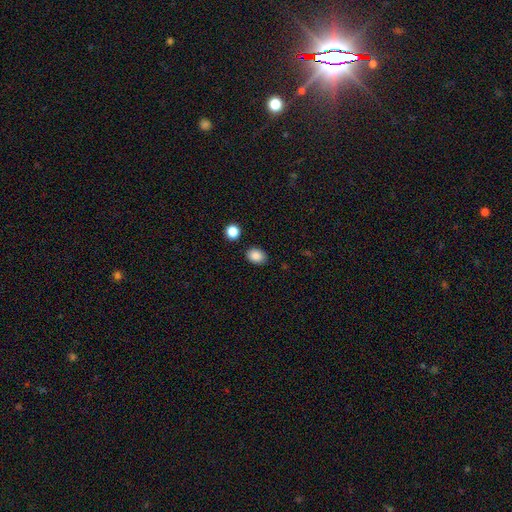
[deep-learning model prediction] Q: Smooth or featured?
A: smooth (87%); runner-up: star or artifact (9%)
Q: How rounded?
A: in between (67%); runner-up: round (32%)
Q: Merging?
A: none (86%); runner-up: minor disturbance (9%)